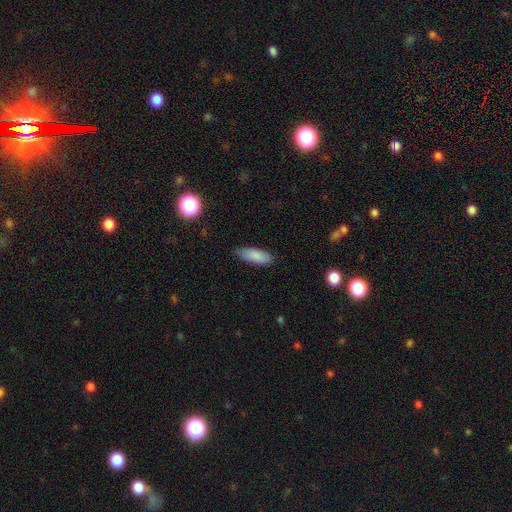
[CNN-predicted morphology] smooth_or_featured: smooth (p=0.87) [alt: featured or disk p=0.07]
how_rounded: in between (p=0.75) [alt: cigar-shaped p=0.23]
merging: none (p=0.81) [alt: minor disturbance p=0.15]